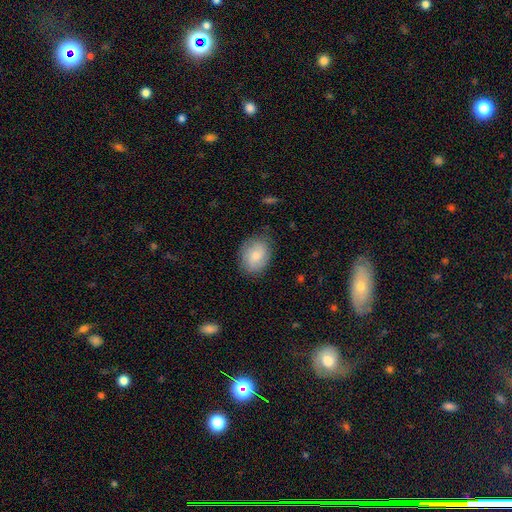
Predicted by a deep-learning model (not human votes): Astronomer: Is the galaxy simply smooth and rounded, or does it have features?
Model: smooth — 72%.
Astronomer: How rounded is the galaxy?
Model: in between — 58% (runner-up: round, 41%).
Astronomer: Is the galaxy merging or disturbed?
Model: none — 79%.